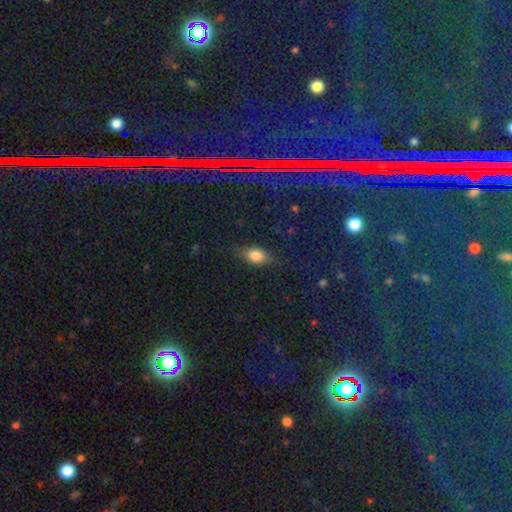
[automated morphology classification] This is likely a smooth galaxy (74%). How rounded: likely in between (74%). Merging: likely none (77%).